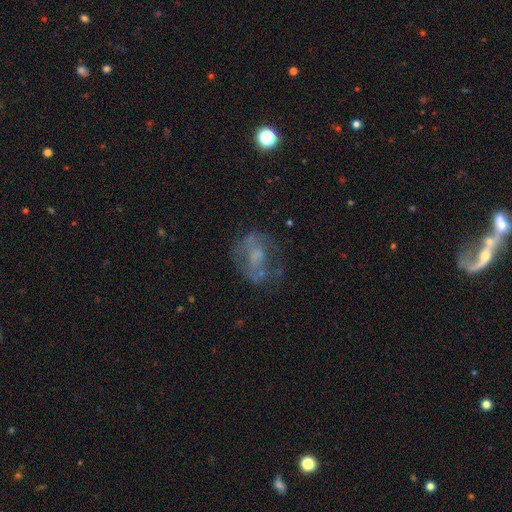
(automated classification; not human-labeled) The model was most divided on "bulge size": none: 40%, small: 26%, moderate: 26%, large: 6%, dominant: 1%. Remaining: edge-on disk — no (97%); bar — no (68%); spiral arms — no (62%); smooth or featured — featured or disk (56%); merging — none (49%).